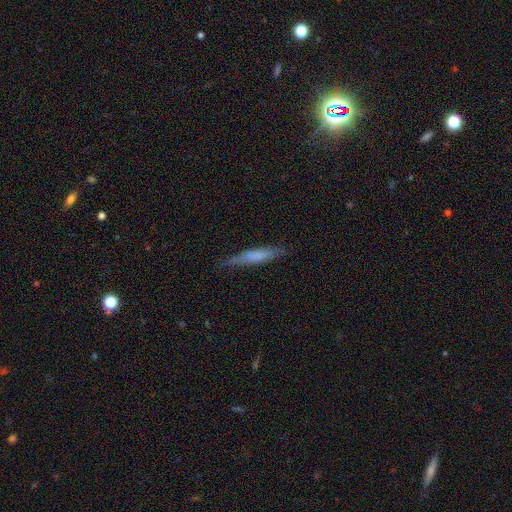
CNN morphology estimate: Smooth or featured? smooth (64%)
How rounded? cigar-shaped (90%)
Merging? none (76%)